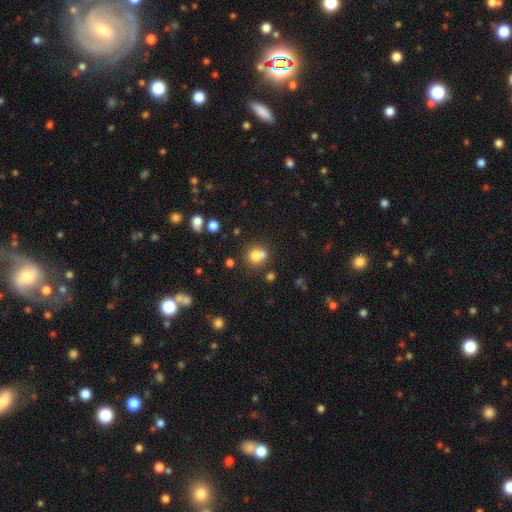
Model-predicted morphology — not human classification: smooth 75%, star or artifact 14%, featured or disk 11%. Down the decision tree: how rounded — round (80%); merging — none (47%).